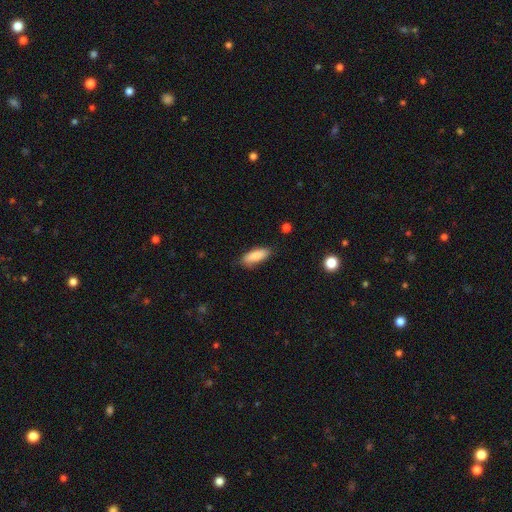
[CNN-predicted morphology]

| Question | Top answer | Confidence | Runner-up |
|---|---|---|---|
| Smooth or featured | smooth | 86% | featured or disk (8%) |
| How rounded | in between | 69% | cigar-shaped (29%) |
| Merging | none | 80% | minor disturbance (16%) |